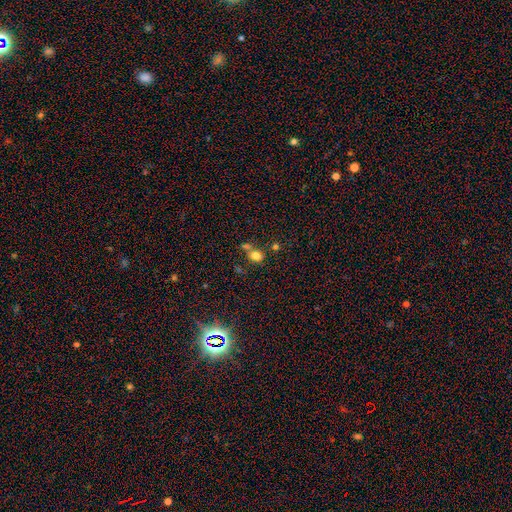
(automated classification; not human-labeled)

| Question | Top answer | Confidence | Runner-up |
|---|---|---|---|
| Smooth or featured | smooth | 78% | star or artifact (14%) |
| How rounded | round | 52% | in between (46%) |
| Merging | none | 52% | merger (30%) |